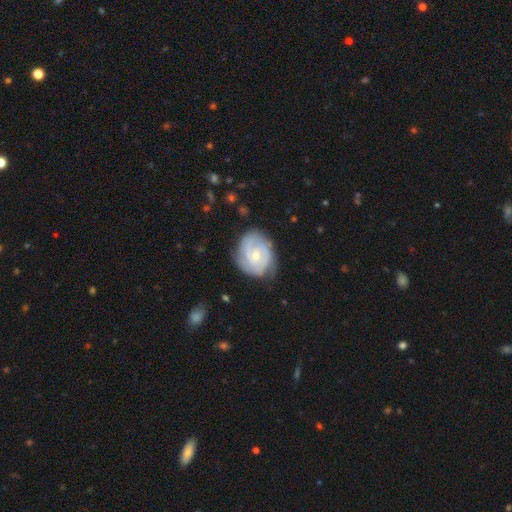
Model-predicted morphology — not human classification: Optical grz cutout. It shows a featured or disk galaxy (78%) with no bar (60%), 2 (44%) tight (64%) spiral arms (92%) and a small central bulge (59%). Merging: none (69%).